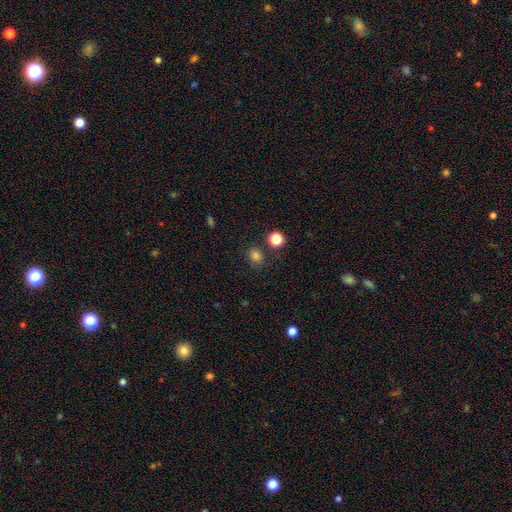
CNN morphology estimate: Smooth or featured? Predicted: smooth (p=0.80). How rounded? Predicted: round (p=0.62). Merging? Predicted: none (p=0.79).